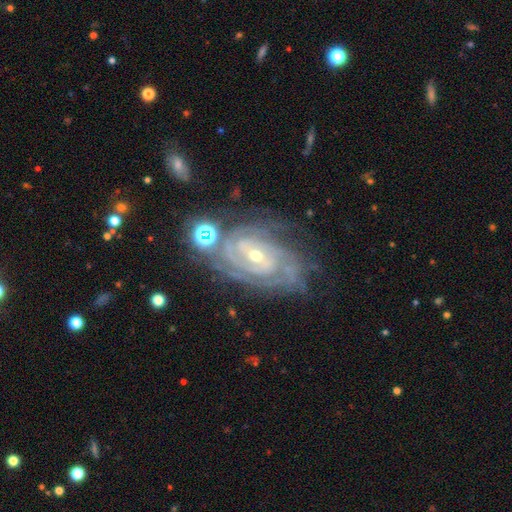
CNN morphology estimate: smooth-or-featured: featured or disk: 89% | star or artifact: 6% | smooth: 4%
  disk-edge-on: no: 96% | yes: 4%
    bar: no: 50% | weak: 33% | strong: 17%
    has-spiral-arms: yes: 98% | no: 2%
      spiral-winding: tight: 80% | medium: 18% | loose: 3%
      spiral-arm-count: 3: 25% | can't tell: 24% | 2: 21% | 4: 17% | more than 4: 7% | 1: 5%
    bulge-size: small: 58% | moderate: 39% | large: 1% | none: 1% | dominant: 1%
  merging: none: 64% | minor disturbance: 20% | major disturbance: 8% | merger: 7%